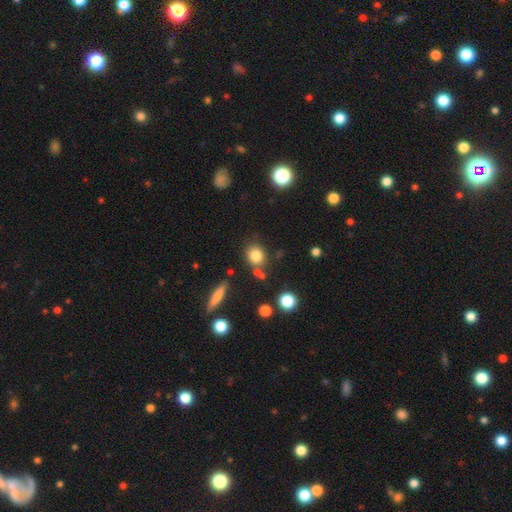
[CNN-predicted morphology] Smooth or featured: smooth — 81% (star or artifact — 11%)
How rounded: round — 70% (in between — 27%)
Merging: none — 72% (minor disturbance — 12%)